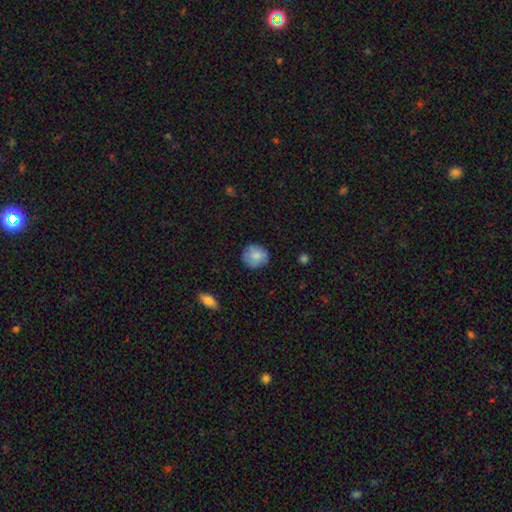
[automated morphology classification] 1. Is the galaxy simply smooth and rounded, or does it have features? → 83% smooth, 10% featured or disk, 7% star or artifact.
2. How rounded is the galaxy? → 88% round, 11% in between, 1% cigar-shaped.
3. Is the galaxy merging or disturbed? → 82% none, 14% minor disturbance, 3% major disturbance, 1% merger.